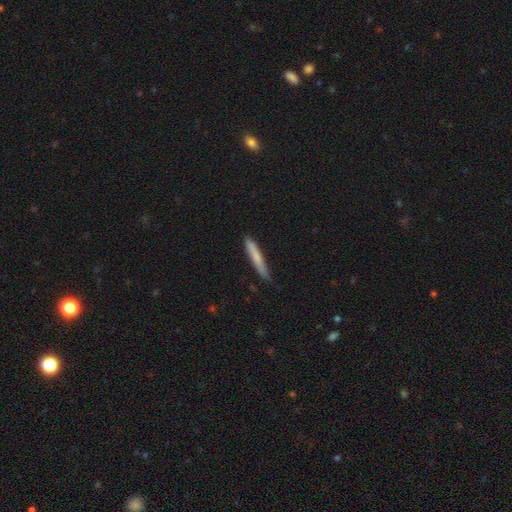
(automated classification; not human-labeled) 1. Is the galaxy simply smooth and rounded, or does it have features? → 72% smooth, 23% featured or disk, 6% star or artifact.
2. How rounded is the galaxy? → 95% cigar-shaped, 4% in between, 1% round.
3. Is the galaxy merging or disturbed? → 81% none, 15% minor disturbance, 2% major disturbance, 1% merger.